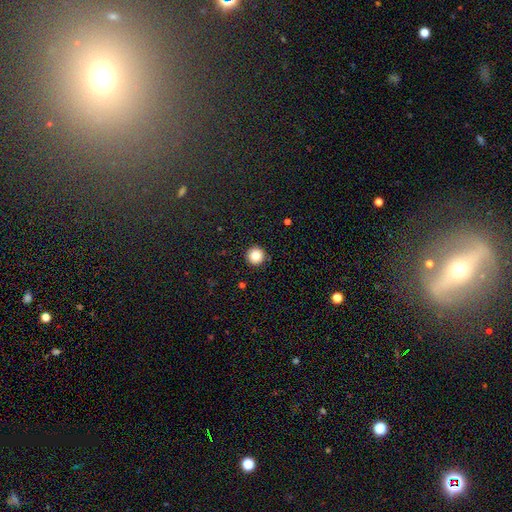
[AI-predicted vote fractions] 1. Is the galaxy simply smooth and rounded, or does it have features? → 85% smooth, 10% star or artifact, 5% featured or disk.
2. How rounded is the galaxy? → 96% round, 3% in between, 1% cigar-shaped.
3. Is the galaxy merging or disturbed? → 92% none, 5% minor disturbance, 2% major disturbance, 1% merger.